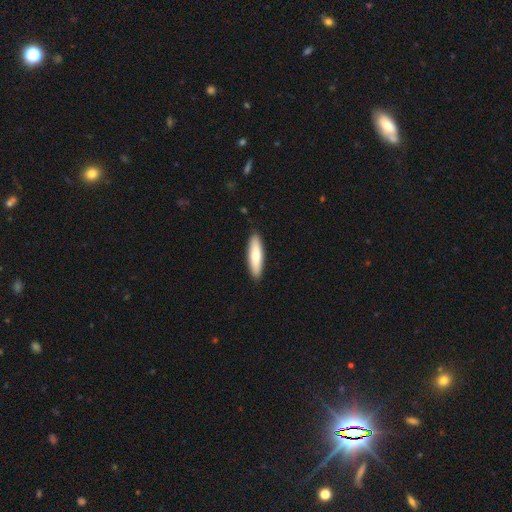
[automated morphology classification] Smooth or featured?
  - smooth: 75% *
  - featured or disk: 20%
  - star or artifact: 5%
How rounded?
  - cigar-shaped: 66% *
  - in between: 32%
  - round: 2%
Merging?
  - none: 90% *
  - minor disturbance: 7%
  - major disturbance: 1%
  - merger: 1%